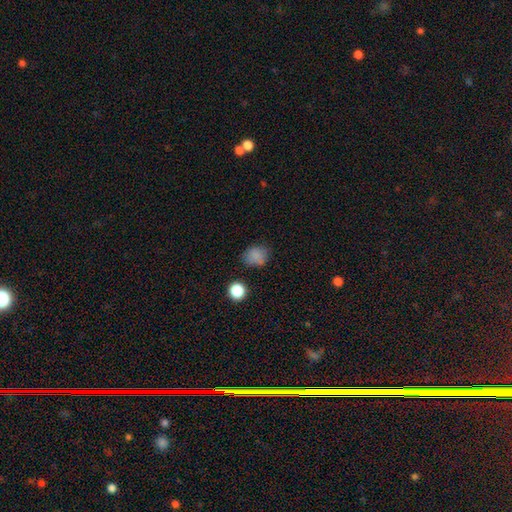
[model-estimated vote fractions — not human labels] This appears to be a smooth galaxy with no disk features (81%) that is round (57%). Merging: none (70%).